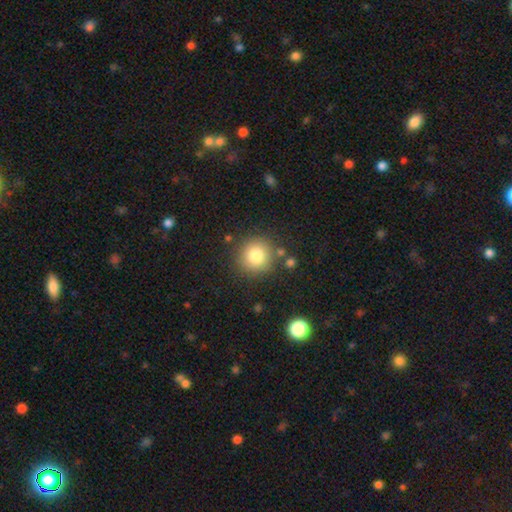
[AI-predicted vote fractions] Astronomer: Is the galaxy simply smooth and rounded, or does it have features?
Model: smooth — 81%.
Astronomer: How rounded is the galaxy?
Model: round — 94%.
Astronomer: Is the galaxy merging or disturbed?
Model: none — 84%.